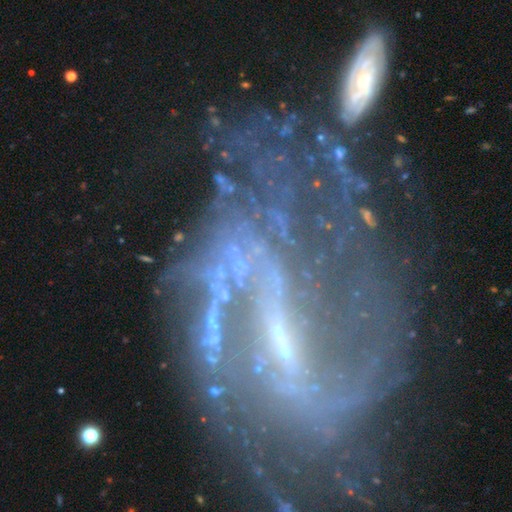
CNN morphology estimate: A featured or disk galaxy (85%) with a strong bar (49%), 2 (55%) loose (45%) spiral arms (85%) and a small central bulge (59%).

Vote fractions:
- Smooth or featured? featured or disk: 85% / star or artifact: 10% / smooth: 6%
- Edge-on disk? no: 96% / yes: 4%
- Bar? strong: 49% / weak: 33% / no: 18%
- Spiral arms? yes: 85% / no: 15%
- Spiral winding? loose: 45% / medium: 37% / tight: 18%
- Spiral arm count? 2: 55% / can't tell: 21% / 3: 8% / 1: 6% / 4: 5% / more than 4: 5%
- Bulge size? small: 59% / none: 25% / moderate: 13% / large: 2% / dominant: 1%
- Merging? none: 40% / major disturbance: 32% / minor disturbance: 20% / merger: 9%